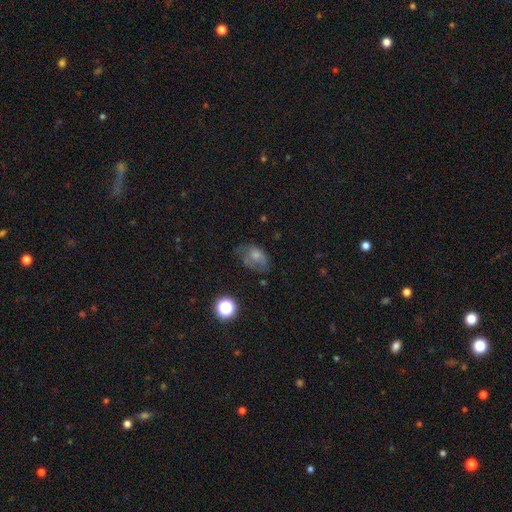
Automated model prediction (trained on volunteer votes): Smooth or featured?
  - smooth: 59% *
  - featured or disk: 29%
  - star or artifact: 13%
How rounded?
  - in between: 73% *
  - round: 26%
  - cigar-shaped: 1%
Merging?
  - none: 41% *
  - minor disturbance: 32%
  - major disturbance: 25%
  - merger: 3%